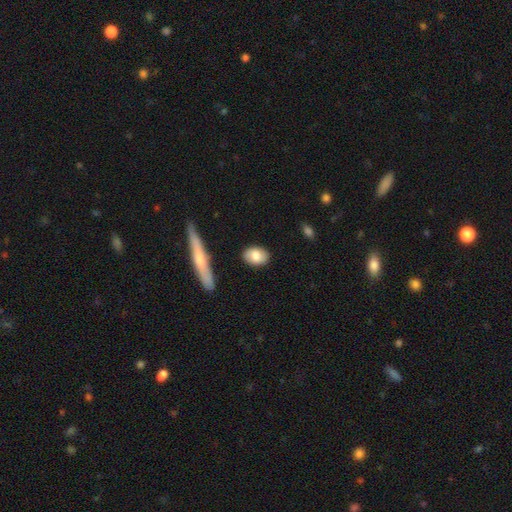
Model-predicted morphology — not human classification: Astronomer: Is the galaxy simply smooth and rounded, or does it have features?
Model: smooth — 80%.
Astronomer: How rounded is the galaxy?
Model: in between — 78%.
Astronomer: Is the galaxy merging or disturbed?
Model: none — 86%.